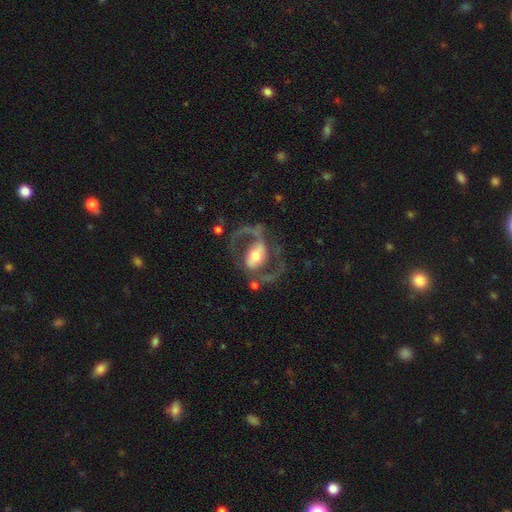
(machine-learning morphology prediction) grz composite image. It shows a featured or disk galaxy (84%) with a strong bar (38%), 2 (88%) medium (56%) spiral arms (85%) and a moderate central bulge (60%). Merging: none (61%).